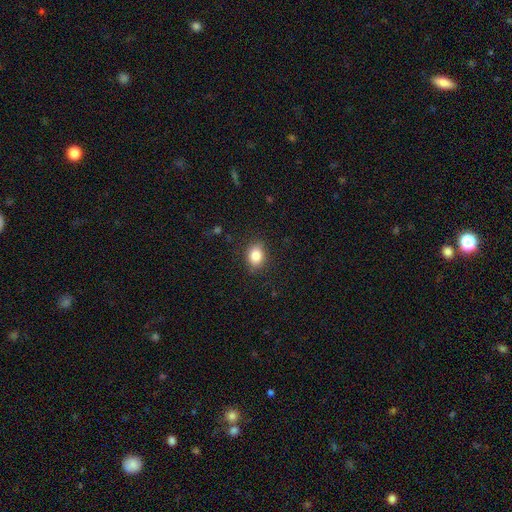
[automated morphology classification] type=smooth (85%); roundness=in between (63%); merging=none (84%).